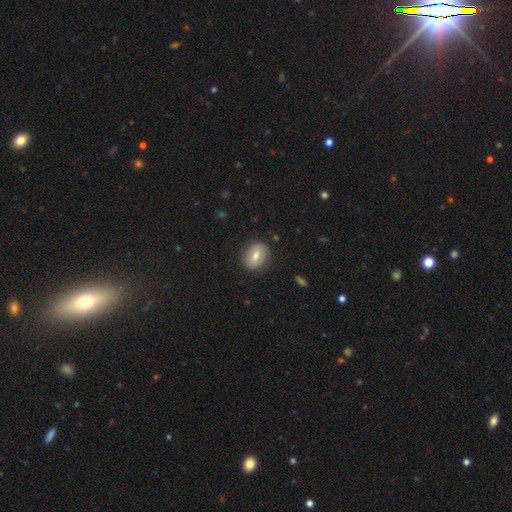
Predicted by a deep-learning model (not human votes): Morphology: type=smooth (64%); roundness=in between (50%); merging=none (84%).